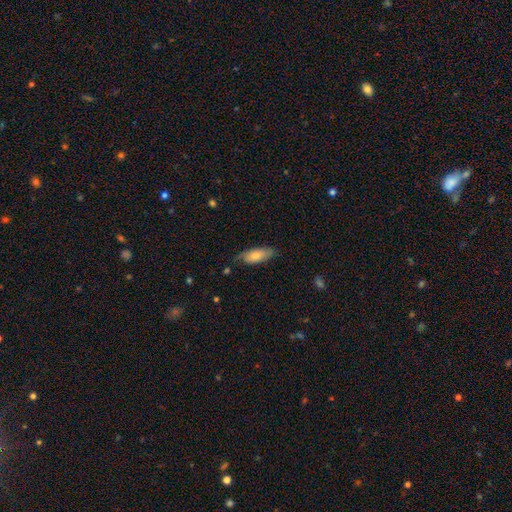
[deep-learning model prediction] Smooth or featured: smooth — 72% (featured or disk — 22%)
How rounded: in between — 75% (cigar-shaped — 23%)
Merging: none — 64% (minor disturbance — 28%)